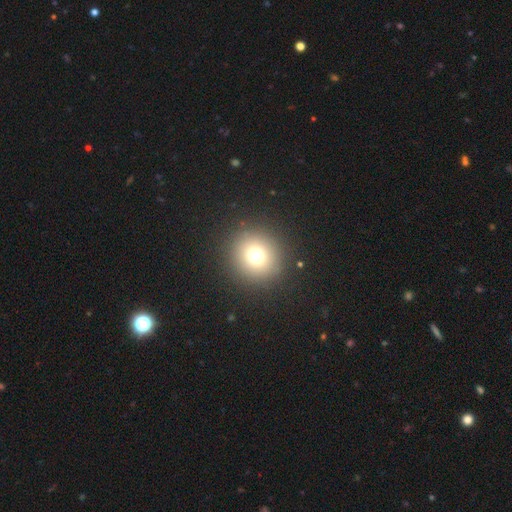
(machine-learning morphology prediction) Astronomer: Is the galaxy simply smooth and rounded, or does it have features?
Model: smooth — 74%.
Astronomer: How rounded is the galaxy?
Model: round — 92%.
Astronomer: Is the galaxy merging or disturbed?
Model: none — 90%.